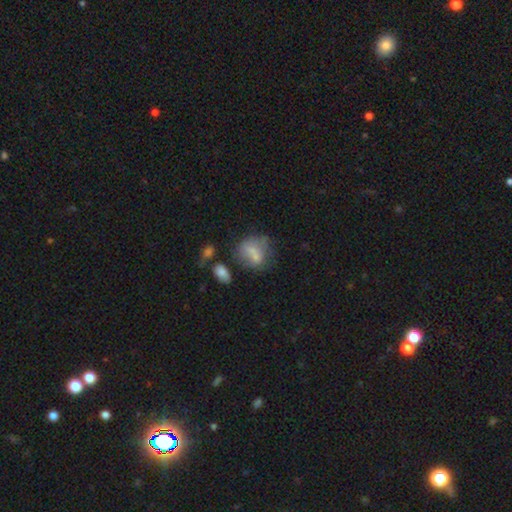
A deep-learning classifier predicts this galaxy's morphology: smooth 60%, featured or disk 26%, star or artifact 14%. Down the decision tree: how rounded — round (53%); merging — none (45%).